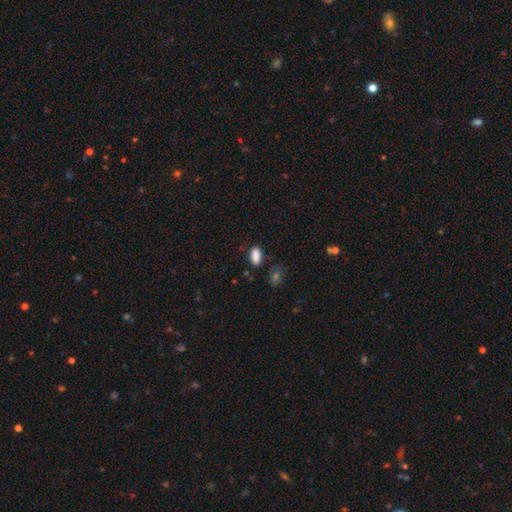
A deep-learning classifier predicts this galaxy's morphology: This appears to be a smooth galaxy with no disk features (87%) that is in between round and cigar-shaped (90%). Merging: none (75%).